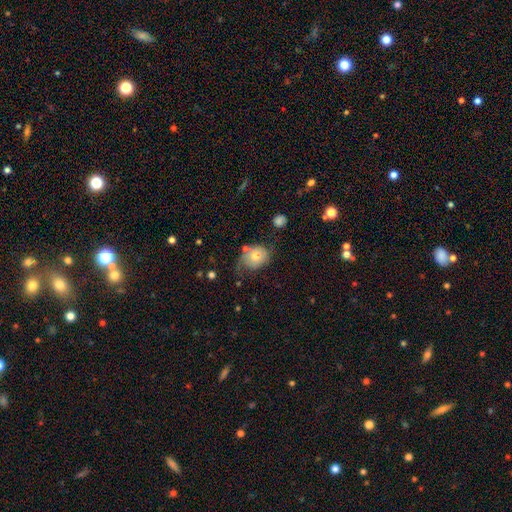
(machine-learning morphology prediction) Q: Smooth or featured?
A: smooth (58%); runner-up: featured or disk (34%)
Q: How rounded?
A: round (52%); runner-up: in between (47%)
Q: Merging?
A: none (42%); runner-up: minor disturbance (31%)